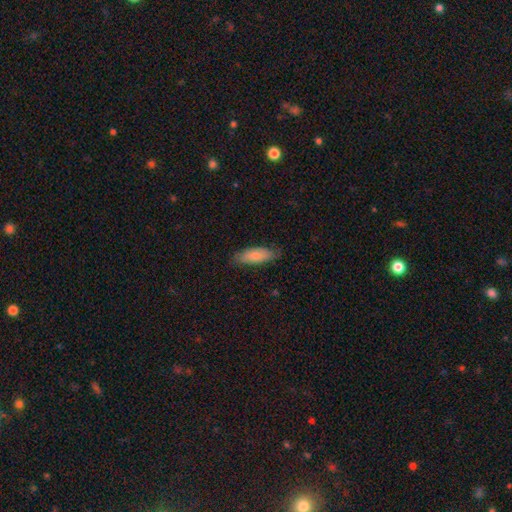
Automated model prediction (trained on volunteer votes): Overall: smooth (79%). How rounded: in between (68%; cigar-shaped 30%). Merging: none (78%).